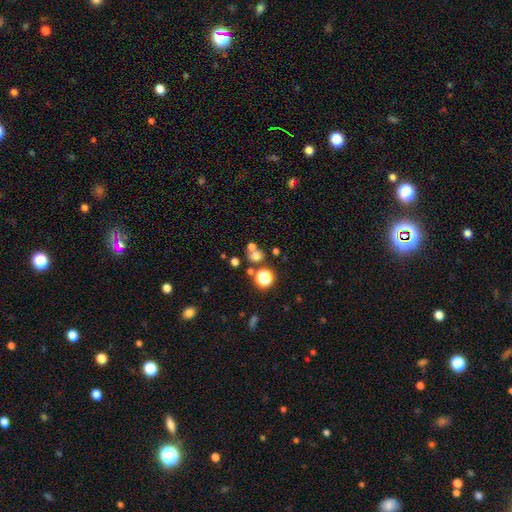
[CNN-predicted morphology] Overall: smooth (64%; star or artifact 25%). How rounded: round (83%). Merging: none (57%; merger 32%).